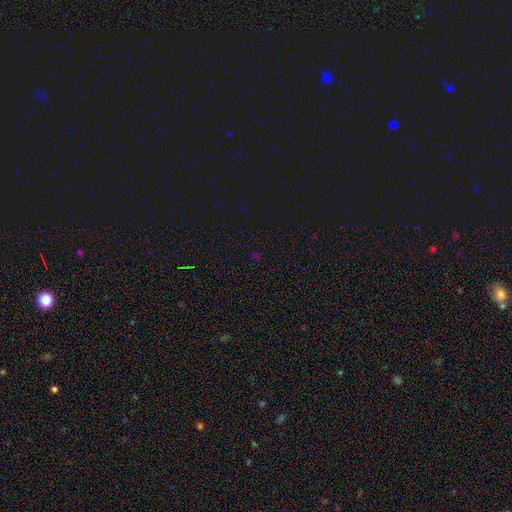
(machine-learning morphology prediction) star or artifact 67%, smooth 26%, featured or disk 7%.